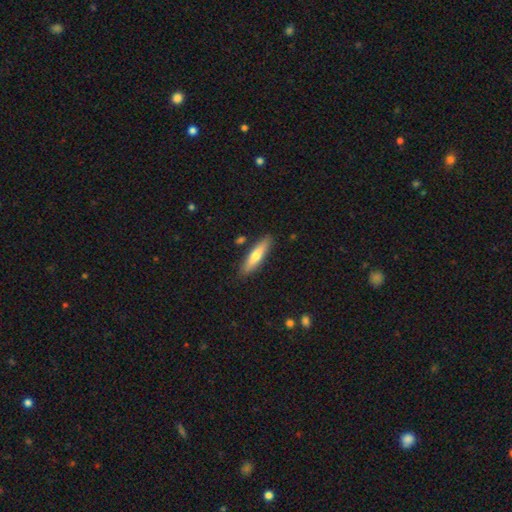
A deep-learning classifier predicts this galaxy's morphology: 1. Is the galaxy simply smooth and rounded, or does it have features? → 64% smooth, 30% featured or disk, 6% star or artifact.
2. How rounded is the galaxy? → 77% cigar-shaped, 21% in between, 2% round.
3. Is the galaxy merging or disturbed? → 86% none, 10% minor disturbance, 3% merger, 2% major disturbance.